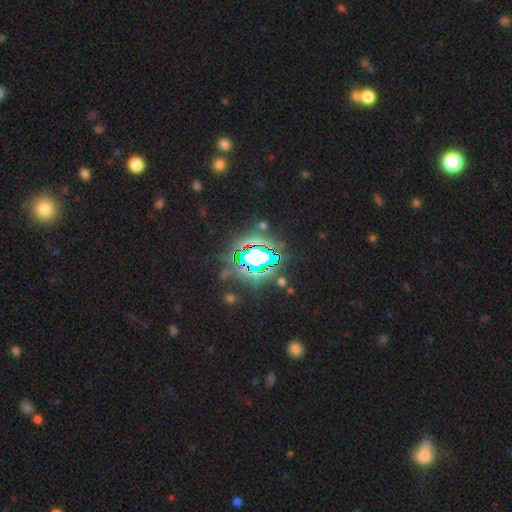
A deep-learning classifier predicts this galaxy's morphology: This appears to be a star or artifact, not a galaxy (74%).